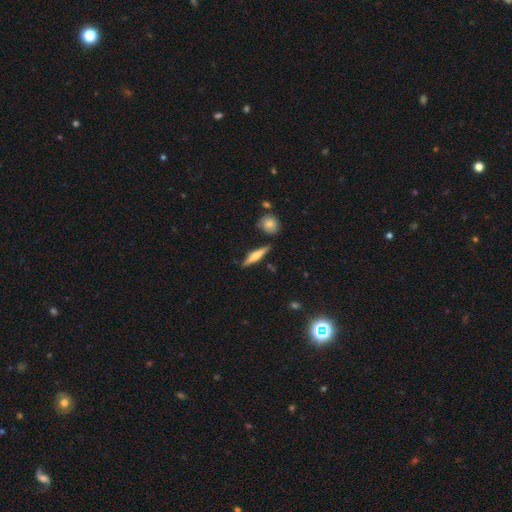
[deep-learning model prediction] Smooth or featured? featured or disk (54%)
Edge-on disk? yes (95%)
Edge-on bulge? rounded (84%)
Merging? none (83%)